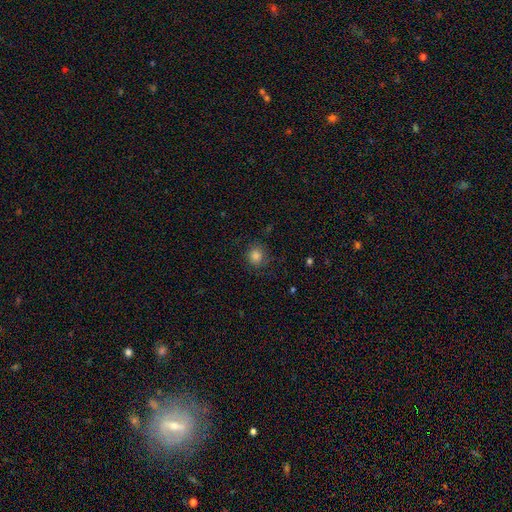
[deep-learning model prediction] This is clearly a smooth galaxy (83%). How rounded: clearly round (88%). Merging: clearly none (82%).